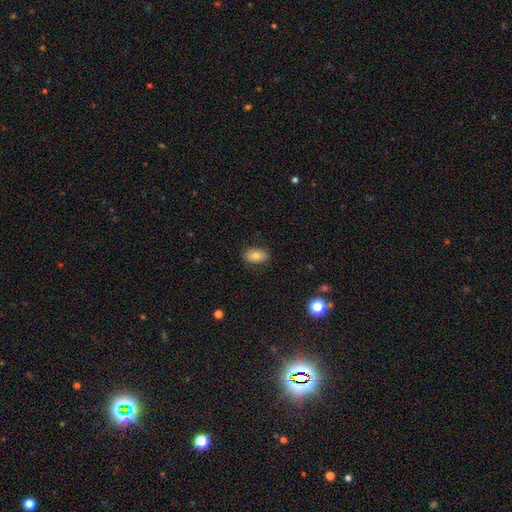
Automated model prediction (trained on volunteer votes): This appears to be a smooth galaxy with no disk features (78%) that is in between round and cigar-shaped (88%). Merging: none (84%).